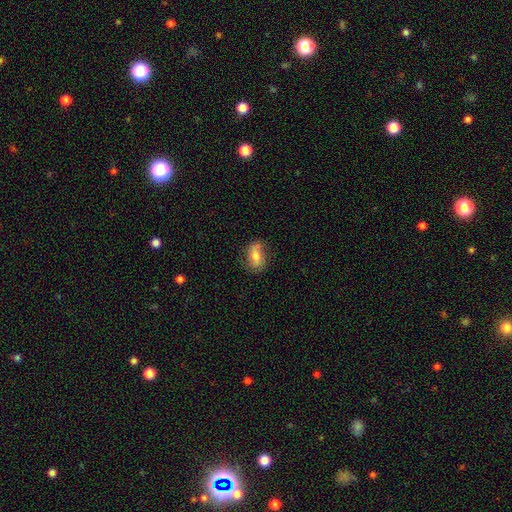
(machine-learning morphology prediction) A smooth galaxy with no disk features (48%). Merging: none (69%).